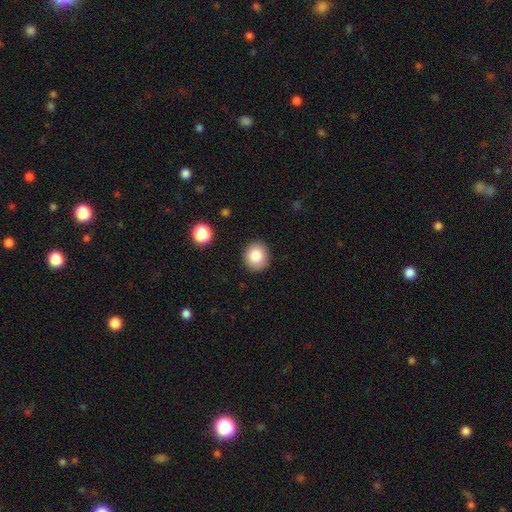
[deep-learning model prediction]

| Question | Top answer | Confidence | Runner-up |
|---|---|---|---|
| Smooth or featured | smooth | 83% | star or artifact (9%) |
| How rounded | round | 79% | in between (20%) |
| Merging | none | 89% | minor disturbance (7%) |